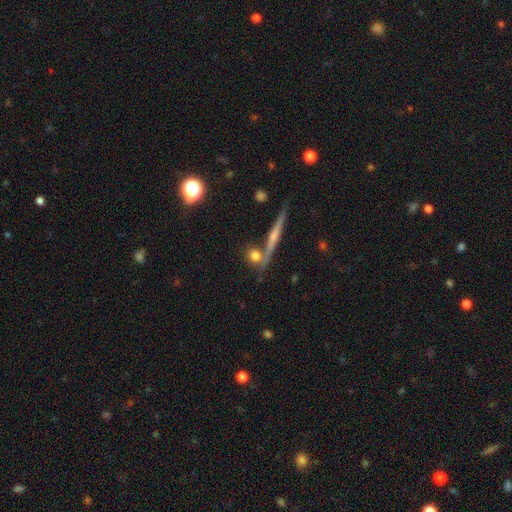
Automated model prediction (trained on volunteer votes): smooth-or-featured: smooth: 69% | featured or disk: 20% | star or artifact: 10%
  how-rounded: round: 70% | in between: 18% | cigar-shaped: 12%
  merging: none: 66% | merger: 20% | minor disturbance: 11% | major disturbance: 4%